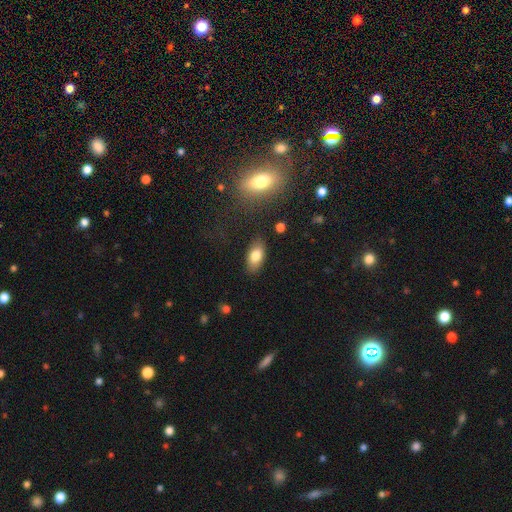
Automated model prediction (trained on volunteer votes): Smooth or featured? Predicted: smooth (p=0.79). How rounded? Predicted: in between (p=0.91). Merging? Predicted: none (p=0.85).